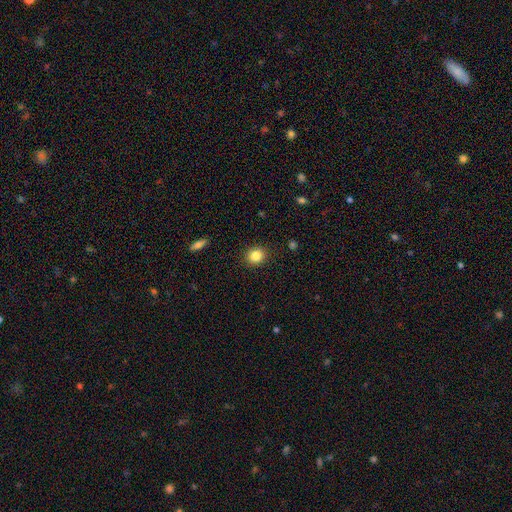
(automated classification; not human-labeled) A smooth galaxy with no disk features (84%) that is round (75%).

Vote fractions:
- Smooth or featured? smooth: 84% / star or artifact: 10% / featured or disk: 5%
- How rounded? round: 75% / in between: 24% / cigar-shaped: 1%
- Merging? none: 90% / minor disturbance: 7% / major disturbance: 2% / merger: 1%